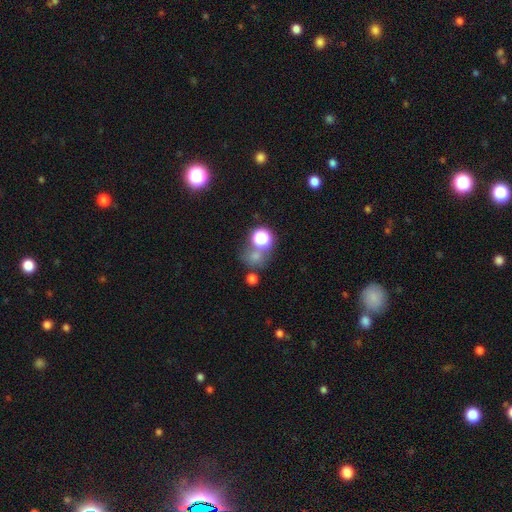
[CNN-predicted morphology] A smooth galaxy with no disk features (63%) that is round (77%).

Vote fractions:
- Smooth or featured? smooth: 63% / star or artifact: 27% / featured or disk: 9%
- How rounded? round: 77% / in between: 22% / cigar-shaped: 1%
- Merging? none: 56% / merger: 22% / minor disturbance: 12% / major disturbance: 9%